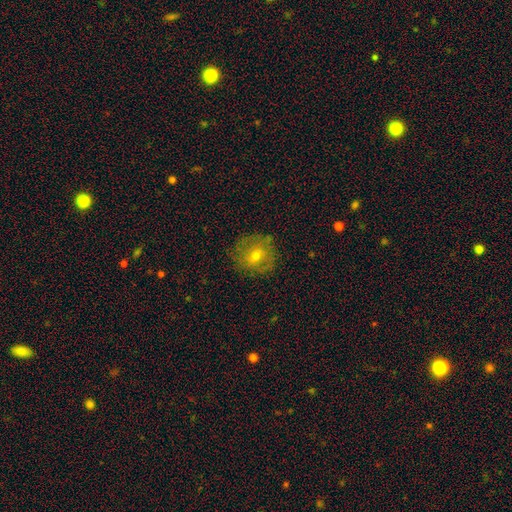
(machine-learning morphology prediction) Smooth or featured?
  - smooth: 51% *
  - featured or disk: 37%
  - star or artifact: 12%
How rounded?
  - round: 85% *
  - in between: 14%
  - cigar-shaped: 1%
Merging?
  - none: 80% *
  - minor disturbance: 14%
  - major disturbance: 5%
  - merger: 1%